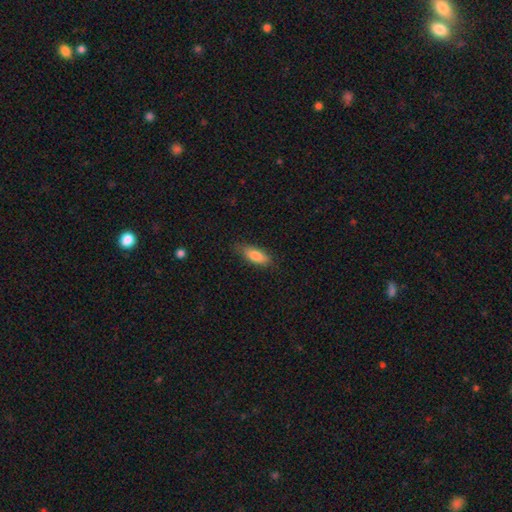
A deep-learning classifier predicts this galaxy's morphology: The model was most divided on "how rounded": in between: 72%, cigar-shaped: 26%, round: 2%. More confident: smooth or featured — smooth (84%); merging — none (77%).